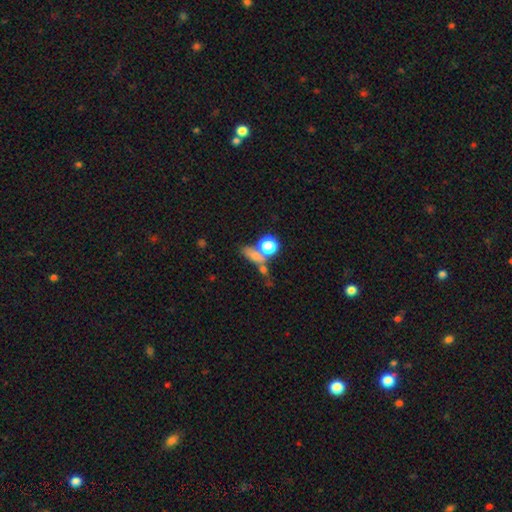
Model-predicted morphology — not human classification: Overall: smooth (66%). How rounded: in between (41%; round 37%). Merging: none (43%; merger 36%).